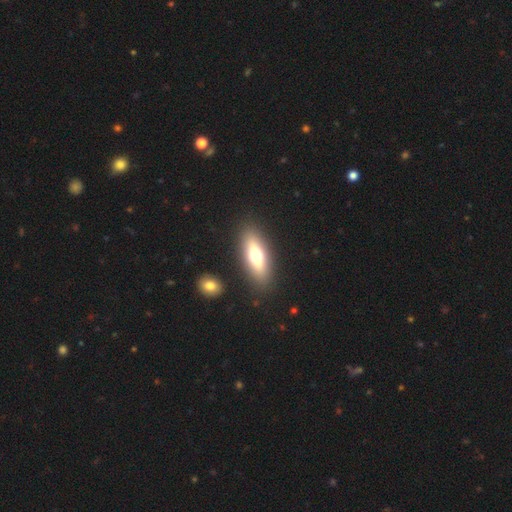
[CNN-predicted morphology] A smooth galaxy with no disk features (52%) that is in between round and cigar-shaped (58%). Merging: none (87%).